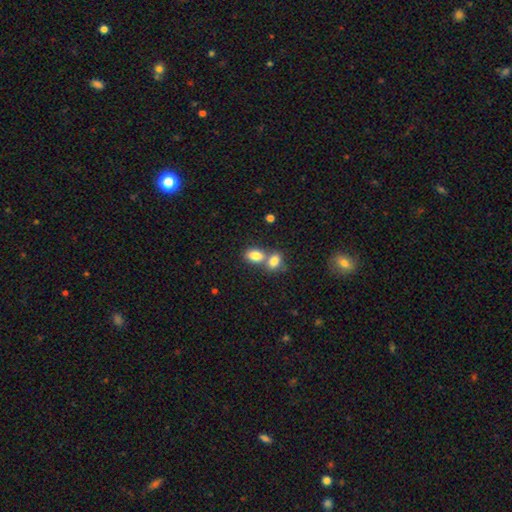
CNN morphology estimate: Smooth or featured?
  - smooth: 82% *
  - featured or disk: 9%
  - star or artifact: 9%
How rounded?
  - in between: 80% *
  - round: 18%
  - cigar-shaped: 2%
Merging?
  - merger: 56% *
  - none: 33%
  - minor disturbance: 8%
  - major disturbance: 3%